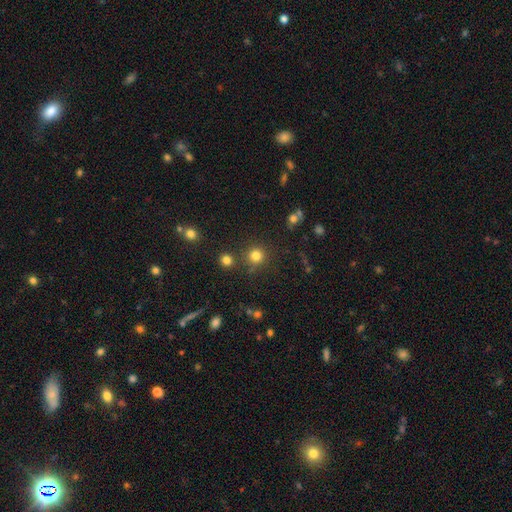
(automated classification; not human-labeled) This appears to be a smooth galaxy with no disk features (80%) that is round (94%). Merging: none (83%).